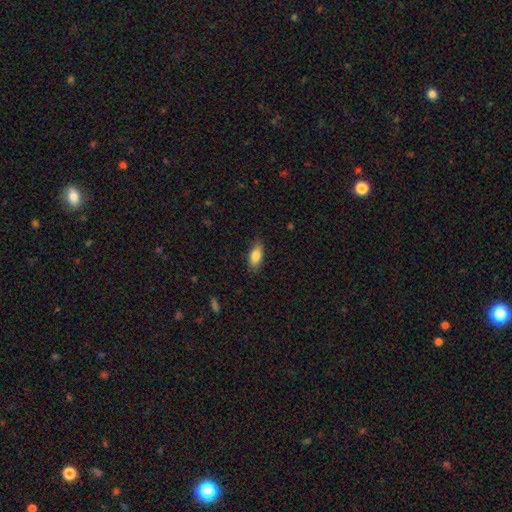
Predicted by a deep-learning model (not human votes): Smooth or featured?
  - smooth: 83% *
  - featured or disk: 10%
  - star or artifact: 7%
How rounded?
  - in between: 83% *
  - cigar-shaped: 14%
  - round: 3%
Merging?
  - none: 83% *
  - minor disturbance: 13%
  - major disturbance: 3%
  - merger: 1%